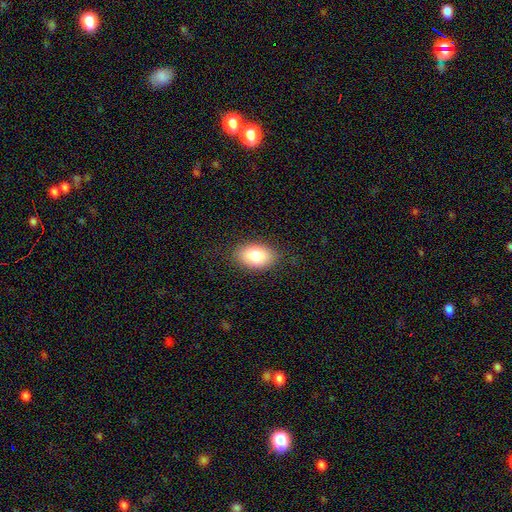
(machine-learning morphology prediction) smooth-or-featured: smooth: 83% | featured or disk: 10% | star or artifact: 8%
  how-rounded: in between: 87% | round: 11% | cigar-shaped: 1%
  merging: none: 84% | minor disturbance: 12% | major disturbance: 3% | merger: 1%